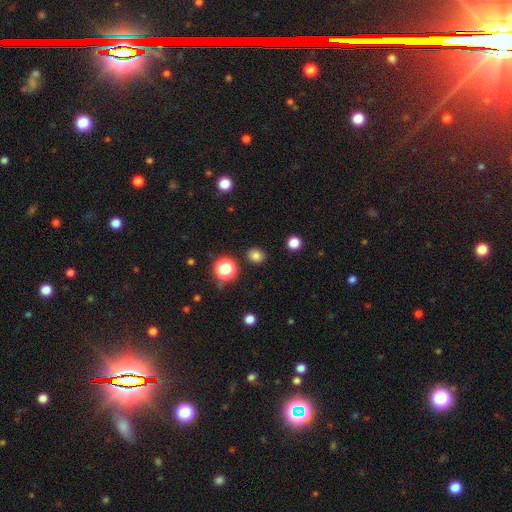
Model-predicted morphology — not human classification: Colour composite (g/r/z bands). It shows a smooth galaxy with no disk features (80%) that is round (69%). Merging: none (88%).